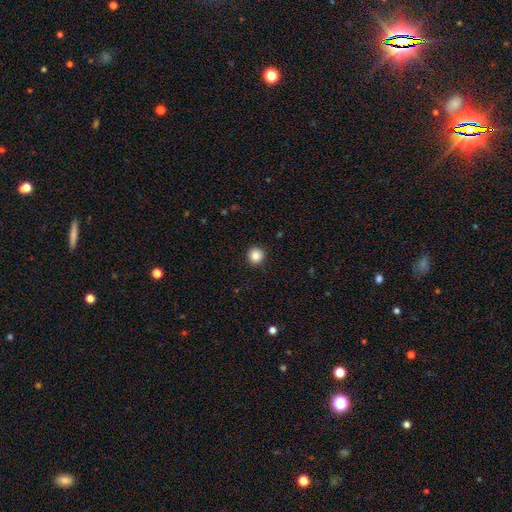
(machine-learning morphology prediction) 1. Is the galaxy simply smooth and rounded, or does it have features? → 86% smooth, 10% star or artifact, 4% featured or disk.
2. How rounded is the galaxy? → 94% round, 5% in between, 1% cigar-shaped.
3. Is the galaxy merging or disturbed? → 92% none, 5% minor disturbance, 2% major disturbance, 1% merger.